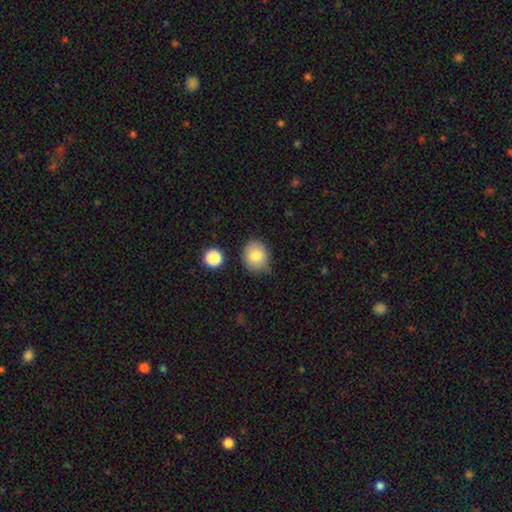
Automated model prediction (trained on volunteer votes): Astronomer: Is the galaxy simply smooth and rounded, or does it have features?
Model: smooth — 81%.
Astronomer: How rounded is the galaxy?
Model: round — 72%.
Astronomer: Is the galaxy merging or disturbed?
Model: none — 74%.